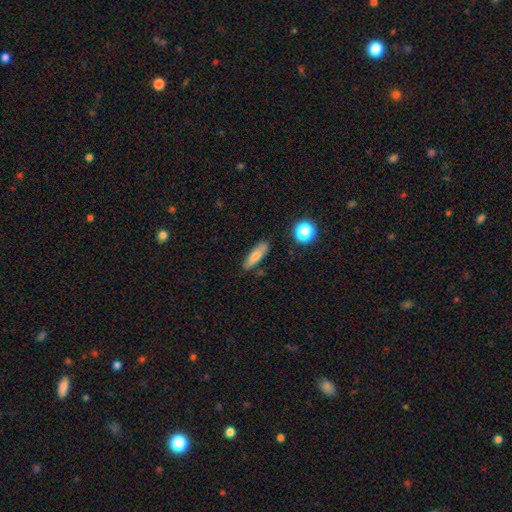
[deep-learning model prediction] A smooth galaxy with no disk features (74%) that is cigar-shaped (51%). Merging: none (80%).